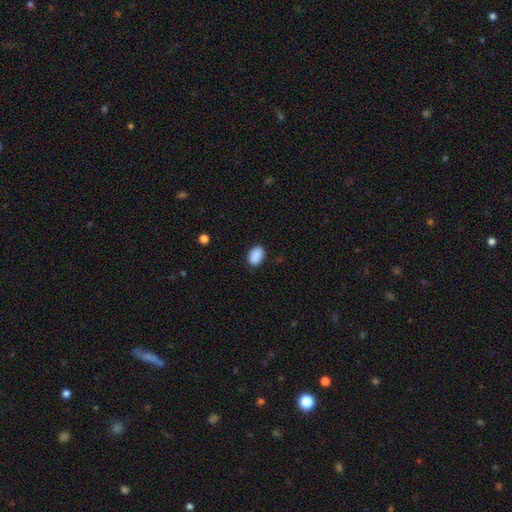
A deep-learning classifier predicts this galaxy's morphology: Smooth or featured? smooth (91%)
How rounded? in between (88%)
Merging? none (87%)